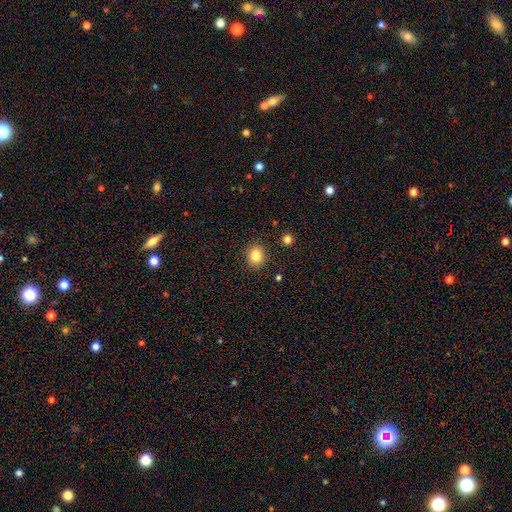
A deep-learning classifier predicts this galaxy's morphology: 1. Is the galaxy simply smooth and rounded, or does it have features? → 84% smooth, 10% star or artifact, 5% featured or disk.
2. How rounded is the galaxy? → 78% round, 21% in between, 1% cigar-shaped.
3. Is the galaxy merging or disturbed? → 89% none, 7% minor disturbance, 2% major disturbance, 2% merger.